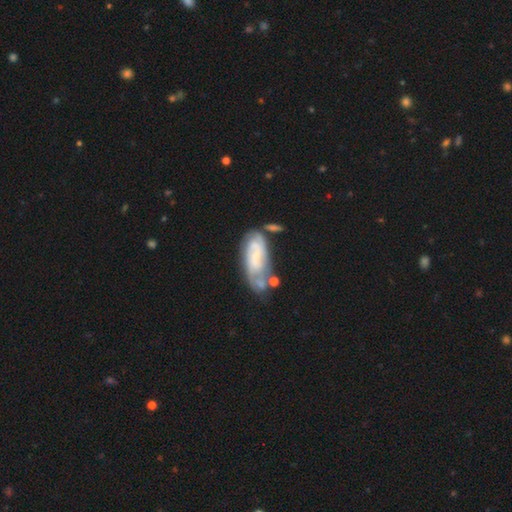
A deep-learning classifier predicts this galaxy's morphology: This appears to be a featured or disk galaxy (59%) with no bar (54%), spiral arms (77%) and a small central bulge (44%). Merging: none (39%).